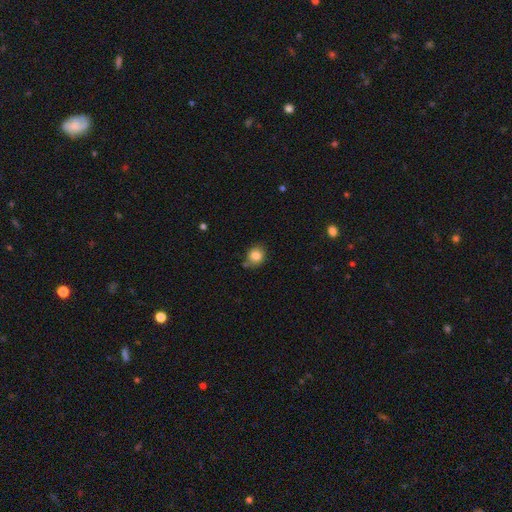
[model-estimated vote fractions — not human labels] Smooth or featured: smooth — 83% (star or artifact — 10%)
How rounded: round — 72% (in between — 28%)
Merging: none — 72% (minor disturbance — 18%)